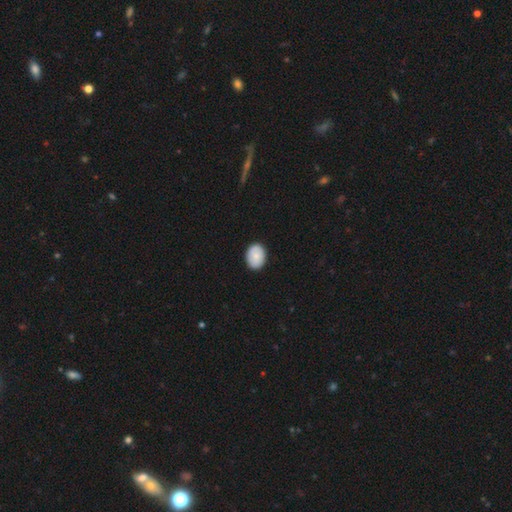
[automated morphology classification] Smooth or featured: smooth — 81% (featured or disk — 13%)
How rounded: in between — 69% (round — 30%)
Merging: none — 87% (minor disturbance — 10%)